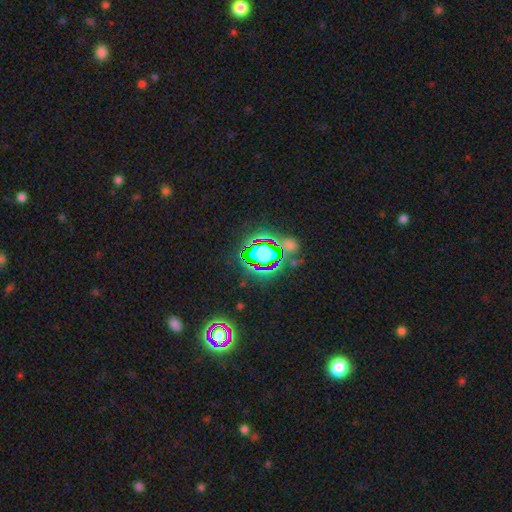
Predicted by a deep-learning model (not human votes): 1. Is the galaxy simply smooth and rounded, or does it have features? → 78% star or artifact, 12% smooth, 9% featured or disk.